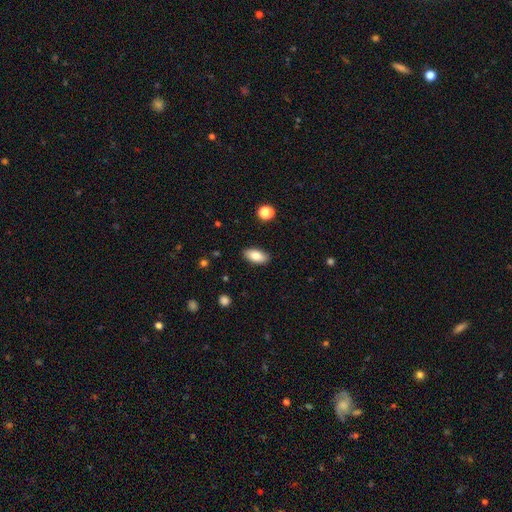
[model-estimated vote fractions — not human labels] This appears to be a smooth galaxy with no disk features (83%) that is in between round and cigar-shaped (90%). Merging: none (88%).